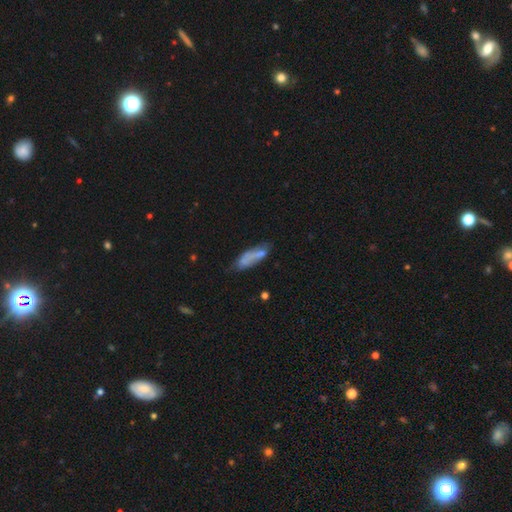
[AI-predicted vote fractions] Smooth or featured?
  - smooth: 57% *
  - featured or disk: 32%
  - star or artifact: 11%
How rounded?
  - cigar-shaped: 57% *
  - in between: 40%
  - round: 3%
Merging?
  - none: 52% *
  - minor disturbance: 23%
  - merger: 13%
  - major disturbance: 11%